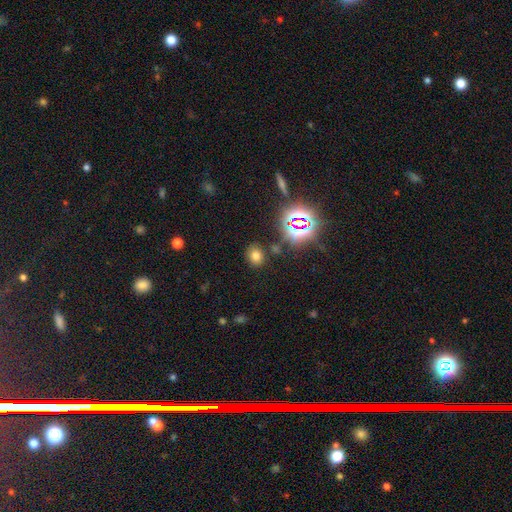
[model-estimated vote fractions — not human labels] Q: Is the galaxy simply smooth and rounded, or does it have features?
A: smooth — 68%.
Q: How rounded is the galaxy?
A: round — 54%.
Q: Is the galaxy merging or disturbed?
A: none — 82%.